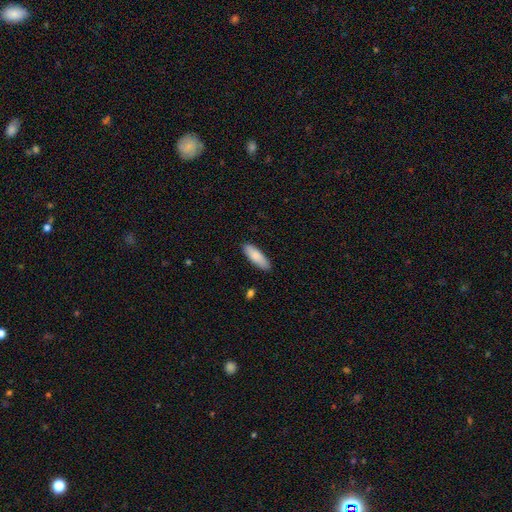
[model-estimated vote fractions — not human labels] smooth 85%, featured or disk 10%, star or artifact 6%. Down the decision tree: how rounded — in between (57%); merging — none (88%).